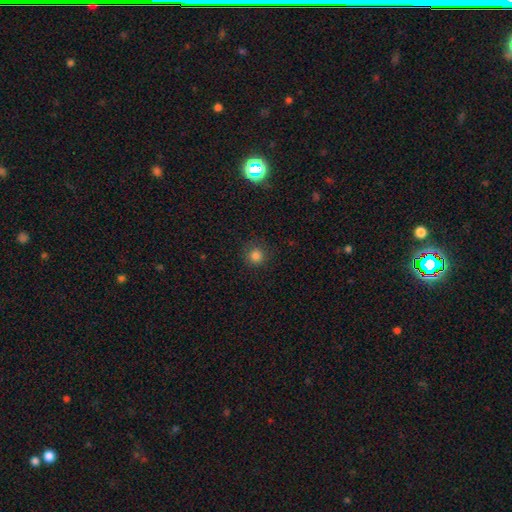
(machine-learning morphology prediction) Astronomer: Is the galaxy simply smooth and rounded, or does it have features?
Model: smooth — 82%.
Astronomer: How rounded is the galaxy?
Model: round — 94%.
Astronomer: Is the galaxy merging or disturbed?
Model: none — 87%.